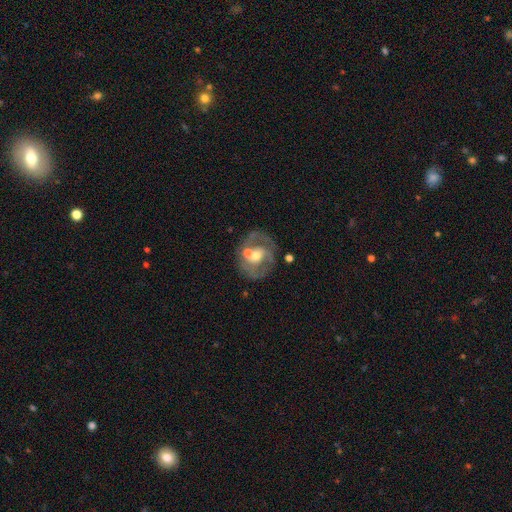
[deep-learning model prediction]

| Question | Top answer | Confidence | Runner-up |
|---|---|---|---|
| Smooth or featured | featured or disk | 66% | smooth (26%) |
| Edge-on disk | no | 97% | yes (3%) |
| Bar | no | 71% | weak (22%) |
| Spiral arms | no | 56% | yes (44%) |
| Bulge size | moderate | 67% | small (23%) |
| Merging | none | 53% | merger (21%) |